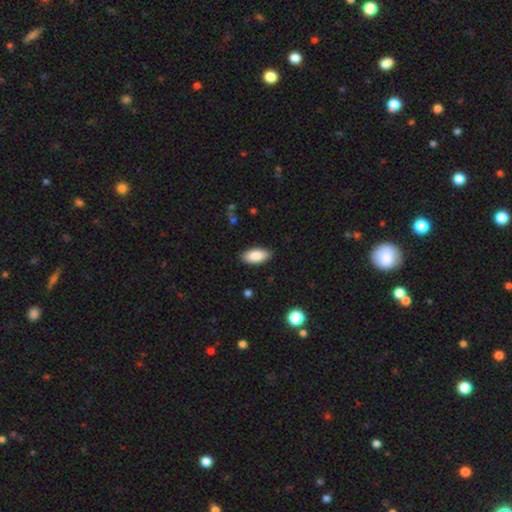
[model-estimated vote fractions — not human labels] Overall: smooth (87%). How rounded: in between (91%). Merging: none (87%).